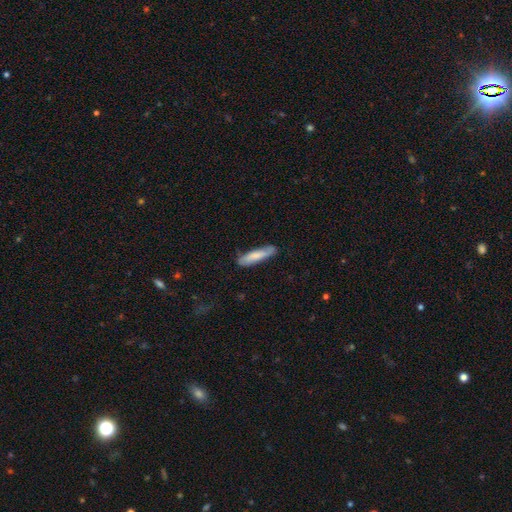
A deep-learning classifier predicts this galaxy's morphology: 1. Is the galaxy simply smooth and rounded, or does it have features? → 78% smooth, 17% featured or disk, 5% star or artifact.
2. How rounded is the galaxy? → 82% cigar-shaped, 17% in between, 1% round.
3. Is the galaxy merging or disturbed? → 82% none, 14% minor disturbance, 3% major disturbance, 1% merger.